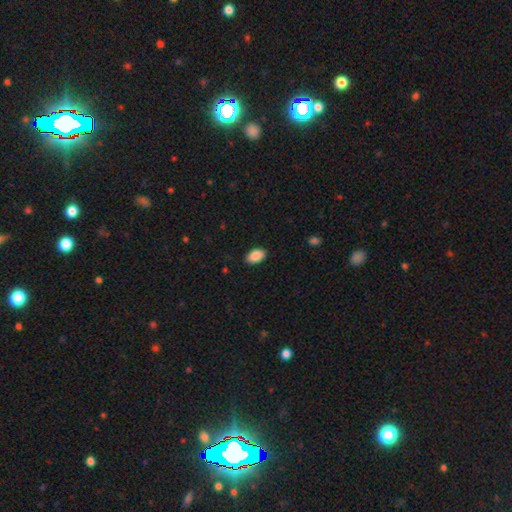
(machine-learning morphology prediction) smooth_or_featured: smooth (p=0.89) [alt: star or artifact p=0.07]
how_rounded: in between (p=0.93) [alt: round p=0.06]
merging: none (p=0.87) [alt: minor disturbance p=0.09]